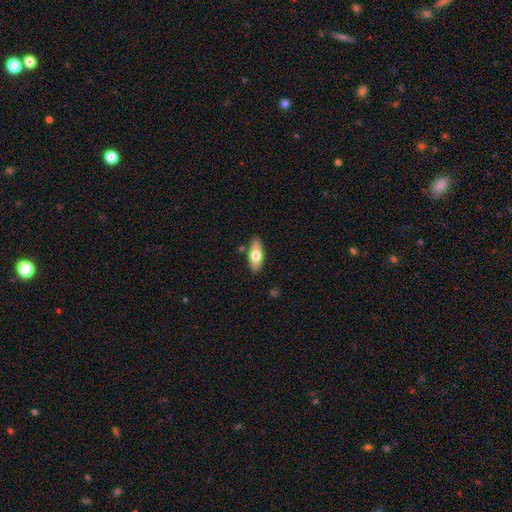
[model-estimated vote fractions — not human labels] Morphology: type=smooth (65%); roundness=in between (76%); merging=none (84%).